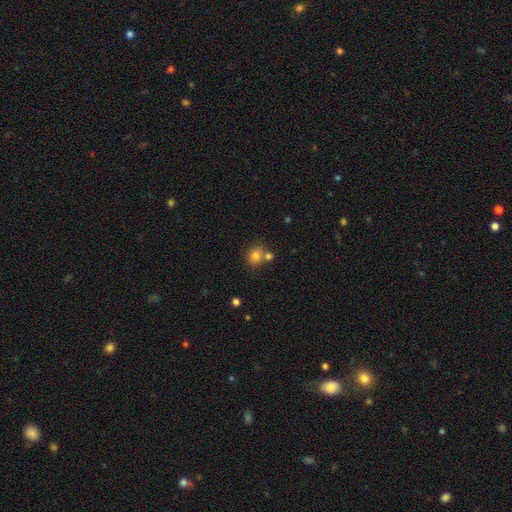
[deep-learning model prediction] Smooth or featured: smooth — 79% (star or artifact — 12%)
How rounded: round — 72% (in between — 27%)
Merging: none — 60% (merger — 26%)